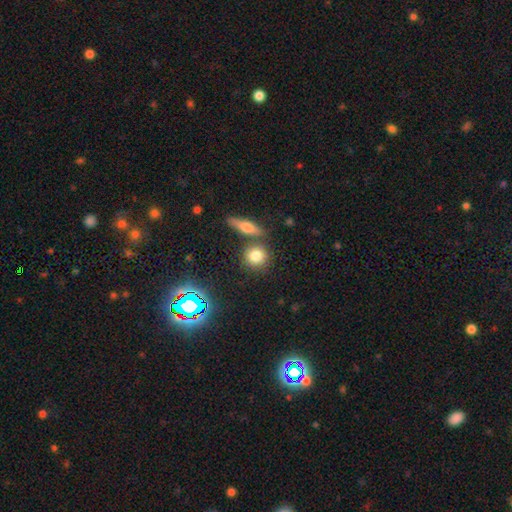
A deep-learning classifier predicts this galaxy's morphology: Smooth or featured: smooth — 76% (star or artifact — 13%)
How rounded: round — 82% (in between — 15%)
Merging: none — 72% (merger — 16%)